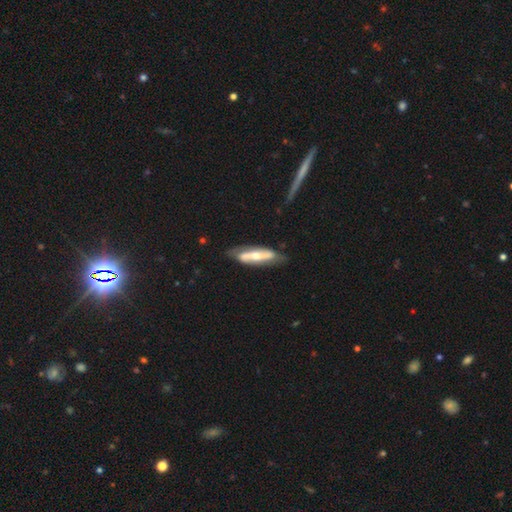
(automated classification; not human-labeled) Morphology: type=featured or disk (71%); edge-on=no (73%); bar=strong (56%); spiral arms=yes (78%); bulge=moderate (57%); merging=none (71%).